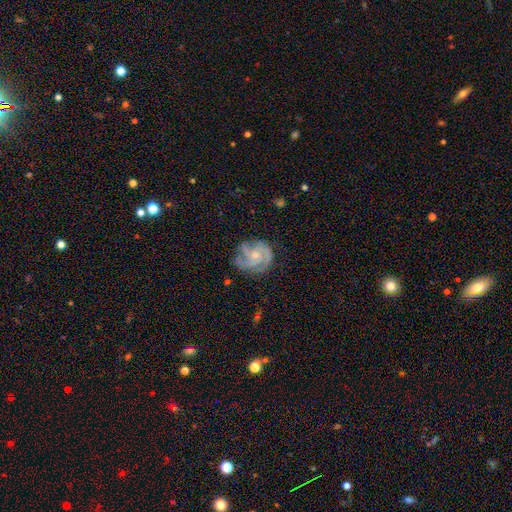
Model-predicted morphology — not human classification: Smooth or featured? featured or disk (87%)
Edge-on disk? no (98%)
Bar? no (75%)
Spiral arms? yes (98%)
Spiral winding? tight (56%)
Spiral arm count? 3 (53%)
Bulge size? small (68%)
Merging? none (72%)